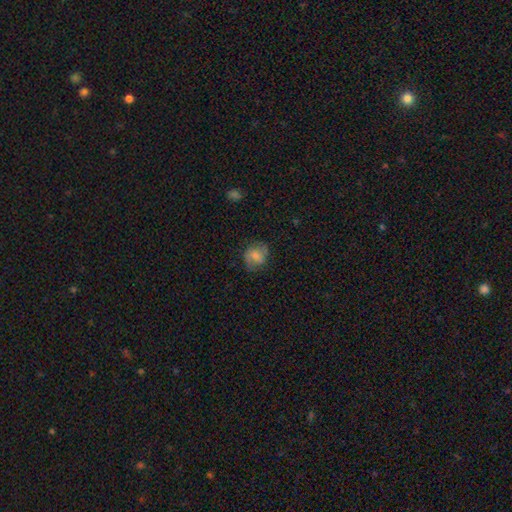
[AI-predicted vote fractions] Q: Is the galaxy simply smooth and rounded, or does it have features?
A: smooth — 55%.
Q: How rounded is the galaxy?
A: round — 64%.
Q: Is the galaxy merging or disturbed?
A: none — 70%.